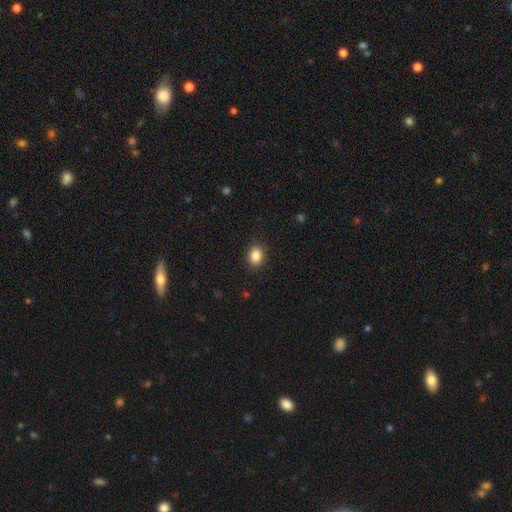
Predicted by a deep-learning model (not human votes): smooth_or_featured: smooth (p=0.87) [alt: star or artifact p=0.09]
how_rounded: in between (p=0.58) [alt: round p=0.41]
merging: none (p=0.88) [alt: minor disturbance p=0.09]